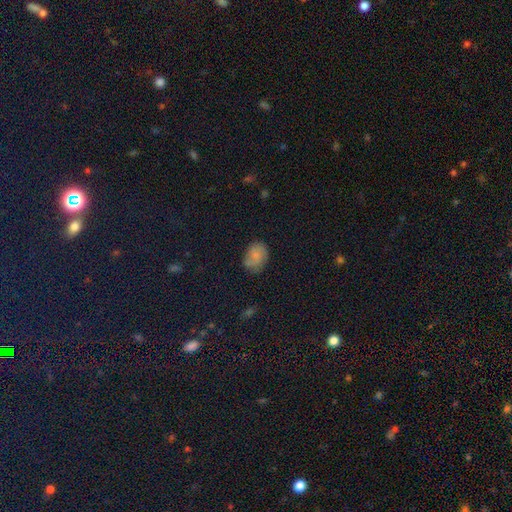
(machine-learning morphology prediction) Q: Smooth or featured?
A: smooth (69%); runner-up: featured or disk (21%)
Q: How rounded?
A: in between (70%); runner-up: round (29%)
Q: Merging?
A: none (60%); runner-up: minor disturbance (27%)